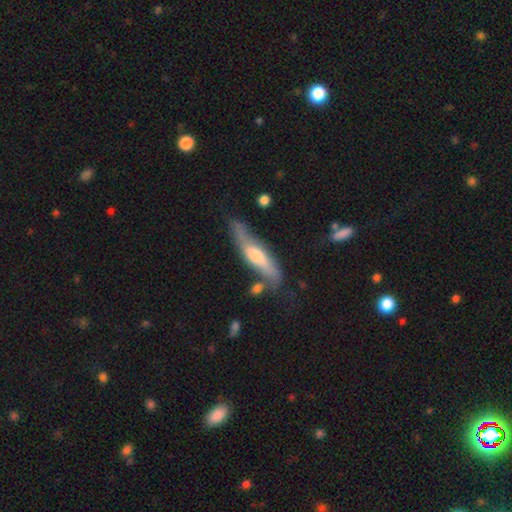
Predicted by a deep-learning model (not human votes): smooth_or_featured: featured or disk (p=0.53) [alt: smooth p=0.41]
disk_edge_on: yes (p=0.66) [alt: no p=0.34]
merging: none (p=0.52) [alt: minor disturbance p=0.29]